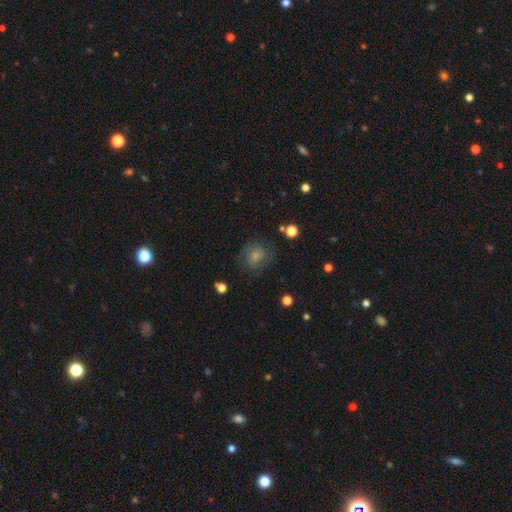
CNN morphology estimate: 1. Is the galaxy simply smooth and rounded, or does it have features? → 56% smooth, 32% featured or disk, 12% star or artifact.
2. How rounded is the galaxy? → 82% round, 17% in between, 1% cigar-shaped.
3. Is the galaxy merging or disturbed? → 68% none, 19% minor disturbance, 12% major disturbance, 2% merger.